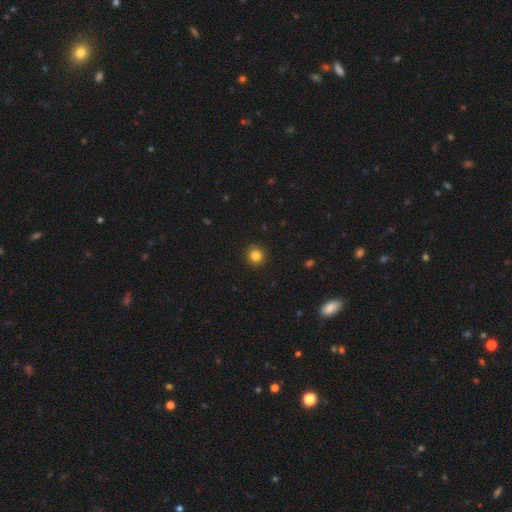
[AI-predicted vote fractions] This appears to be a smooth galaxy with no disk features (84%) that is round (92%). Merging: none (92%).